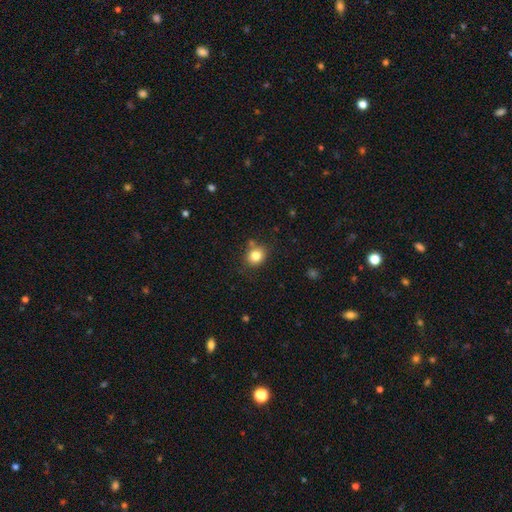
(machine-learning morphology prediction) Q: Smooth or featured?
A: smooth (82%); runner-up: star or artifact (11%)
Q: How rounded?
A: round (71%); runner-up: in between (28%)
Q: Merging?
A: none (77%); runner-up: minor disturbance (13%)